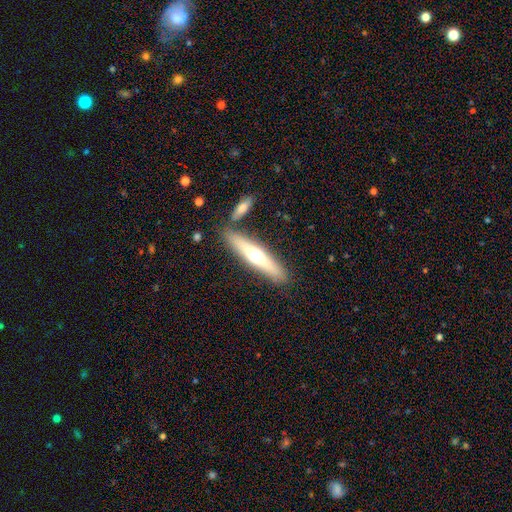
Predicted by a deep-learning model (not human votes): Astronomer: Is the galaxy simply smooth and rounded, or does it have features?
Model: featured or disk — 48% (runner-up: smooth, 47%).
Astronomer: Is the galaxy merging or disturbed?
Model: none — 81%.